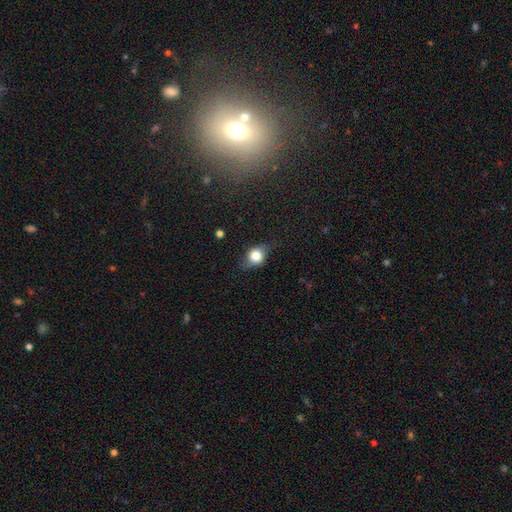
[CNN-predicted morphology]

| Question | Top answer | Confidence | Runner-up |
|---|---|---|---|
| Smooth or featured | smooth | 64% | featured or disk (26%) |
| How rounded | round | 49% | in between (47%) |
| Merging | none | 72% | minor disturbance (20%) |